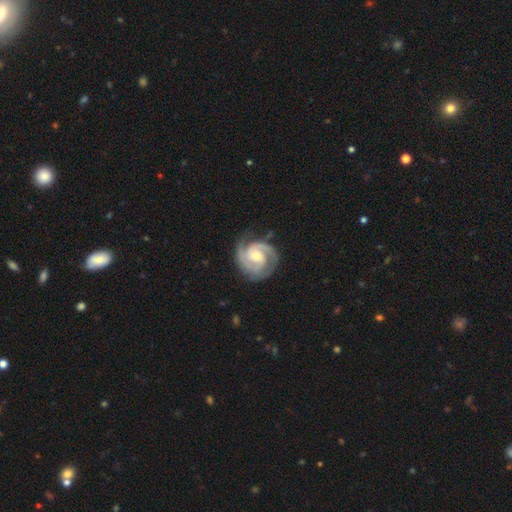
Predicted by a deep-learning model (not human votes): This appears to be a featured or disk galaxy (91%) with no bar (55%), 2 (57%) tight (62%) spiral arms (98%) and a moderate central bulge (50%). Merging: none (77%).